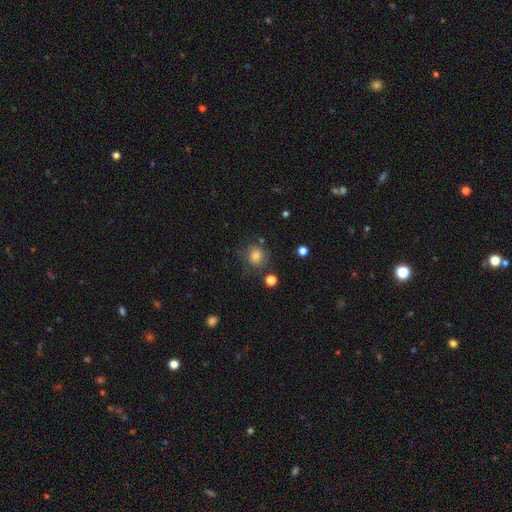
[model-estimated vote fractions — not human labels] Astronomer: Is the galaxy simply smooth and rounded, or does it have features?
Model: smooth — 77%.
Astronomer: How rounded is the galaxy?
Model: round — 77%.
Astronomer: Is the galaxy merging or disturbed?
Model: none — 67%.